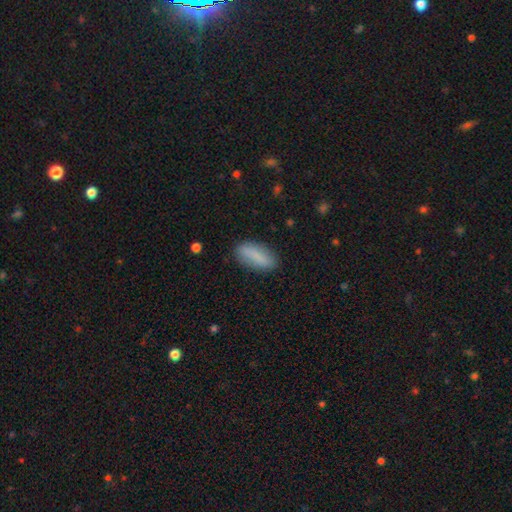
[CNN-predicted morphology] Q: Smooth or featured?
A: smooth (82%); runner-up: featured or disk (11%)
Q: How rounded?
A: in between (76%); runner-up: cigar-shaped (21%)
Q: Merging?
A: none (84%); runner-up: minor disturbance (12%)